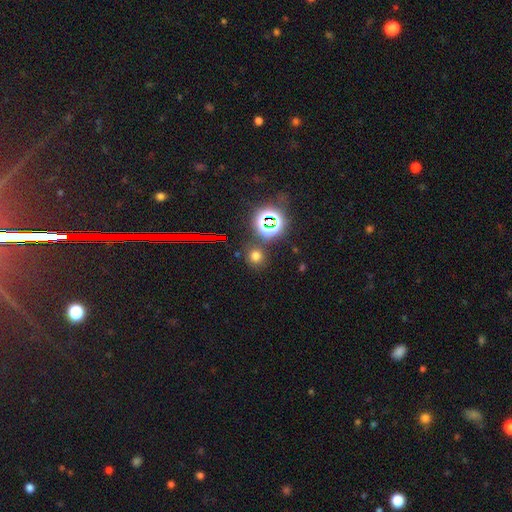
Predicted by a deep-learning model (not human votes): Morphology: type=smooth (63%); roundness=round (86%); merging=none (82%).